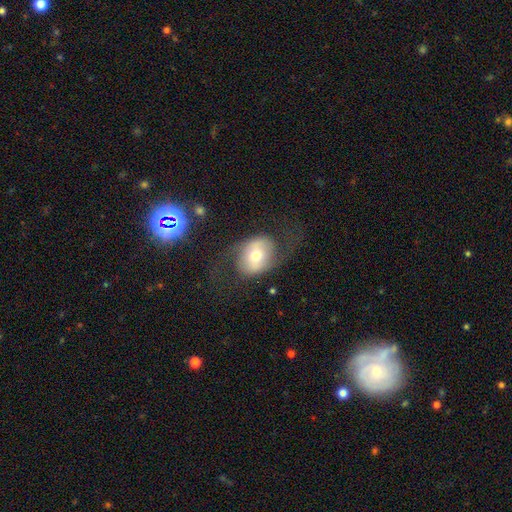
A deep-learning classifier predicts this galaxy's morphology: smooth_or_featured: featured or disk (p=0.51) [alt: smooth p=0.41]
disk_edge_on: no (p=0.94) [alt: yes p=0.06]
merging: none (p=0.61) [alt: major disturbance p=0.21]